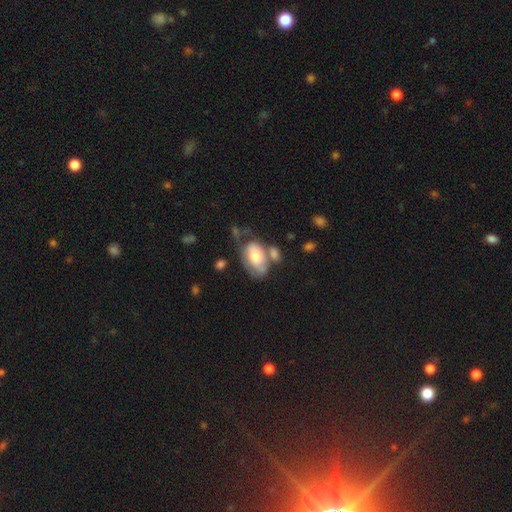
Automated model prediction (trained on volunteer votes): smooth_or_featured: smooth (p=0.59) [alt: featured or disk p=0.34]
how_rounded: in between (p=0.89) [alt: round p=0.10]
merging: none (p=0.32) [alt: minor disturbance p=0.24]